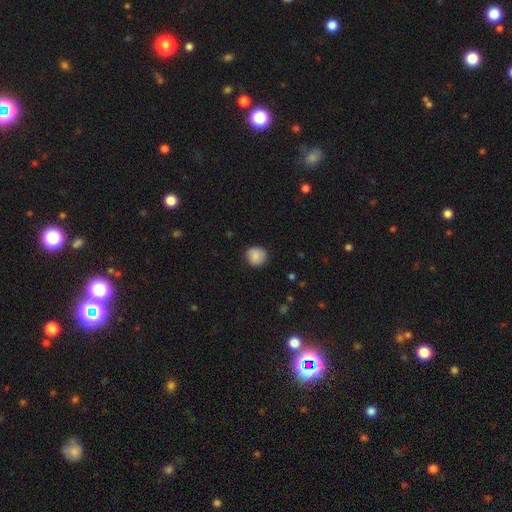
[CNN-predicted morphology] Overall: smooth (84%). How rounded: round (88%). Merging: none (83%).